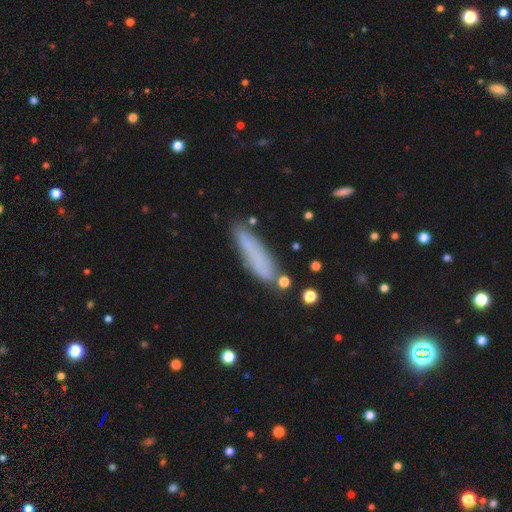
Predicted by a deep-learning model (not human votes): Morphology: type=smooth (71%); roundness=cigar-shaped (72%); merging=none (72%).